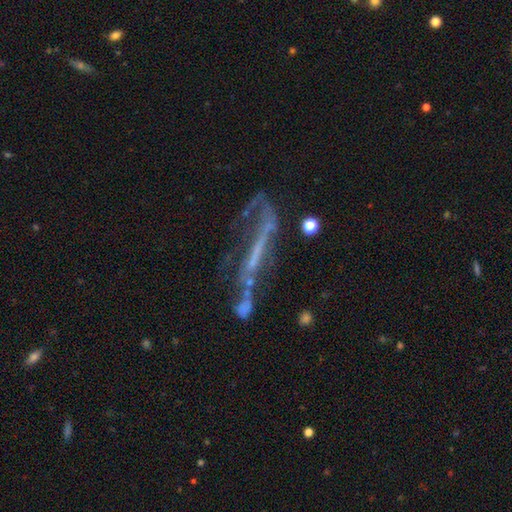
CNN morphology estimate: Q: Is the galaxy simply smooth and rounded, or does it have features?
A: featured or disk — 67%.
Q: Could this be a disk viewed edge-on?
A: no — 51%.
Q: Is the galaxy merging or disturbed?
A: none — 32%, tied with major disturbance.